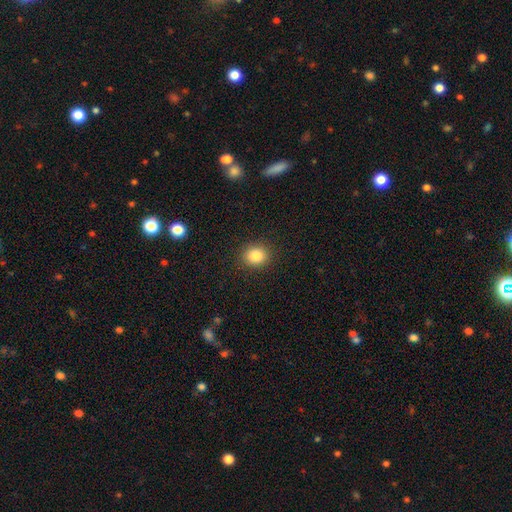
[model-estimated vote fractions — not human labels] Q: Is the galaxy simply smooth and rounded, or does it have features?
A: smooth — 85%.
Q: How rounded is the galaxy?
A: round — 64%.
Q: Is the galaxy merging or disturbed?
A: none — 89%.